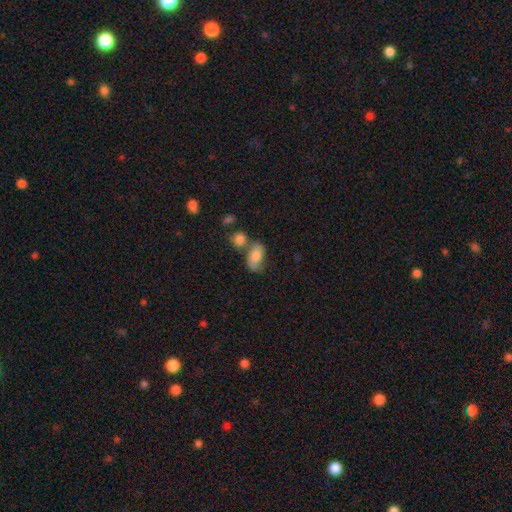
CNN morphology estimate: A smooth galaxy with no disk features (71%) that is in between round and cigar-shaped (87%).

Vote fractions:
- Smooth or featured? smooth: 71% / featured or disk: 20% / star or artifact: 9%
- How rounded? in between: 87% / round: 10% / cigar-shaped: 3%
- Merging? none: 38% / merger: 33% / minor disturbance: 19% / major disturbance: 9%